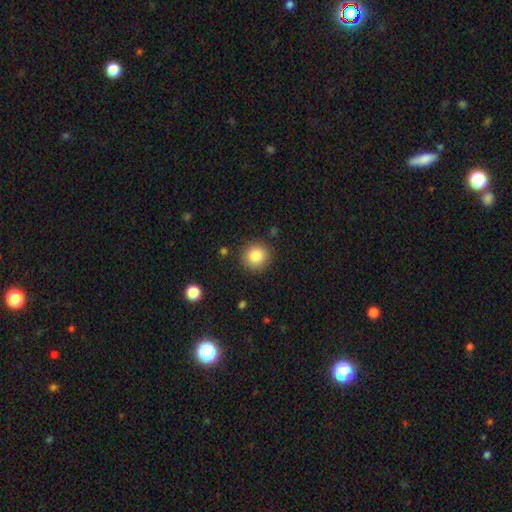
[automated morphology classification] smooth_or_featured: smooth (p=0.86) [alt: star or artifact p=0.09]
how_rounded: round (p=0.92) [alt: in between p=0.07]
merging: none (p=0.88) [alt: minor disturbance p=0.08]